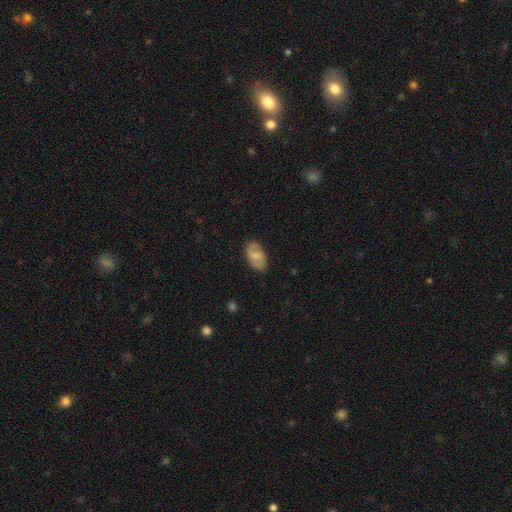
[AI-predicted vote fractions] Overall: smooth (57%; featured or disk 36%). How rounded: in between (92%). Merging: none (79%).